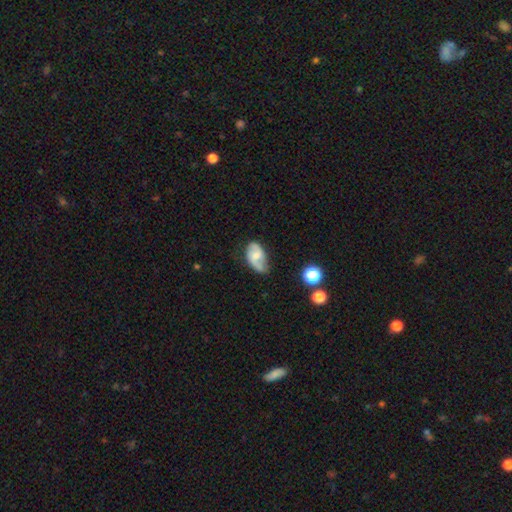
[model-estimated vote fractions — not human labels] The model was most divided on "bulge size" (2-way tie): moderate: 43%, small: 43%, none: 9%, large: 3%, dominant: 1%. Remaining: edge-on disk — no (96%); spiral arms — yes (82%); smooth or featured — featured or disk (55%); bar — no (53%); merging — none (49%).